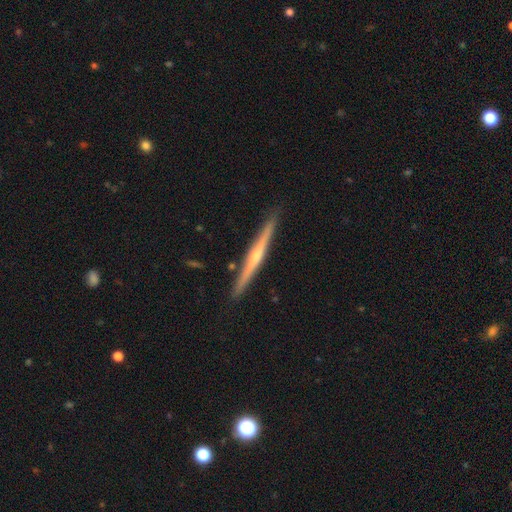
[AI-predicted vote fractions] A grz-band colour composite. It shows a featured or disk galaxy (74%) viewed edge-on (98%) with a rounded central bulge (71%). Merging: none (90%).